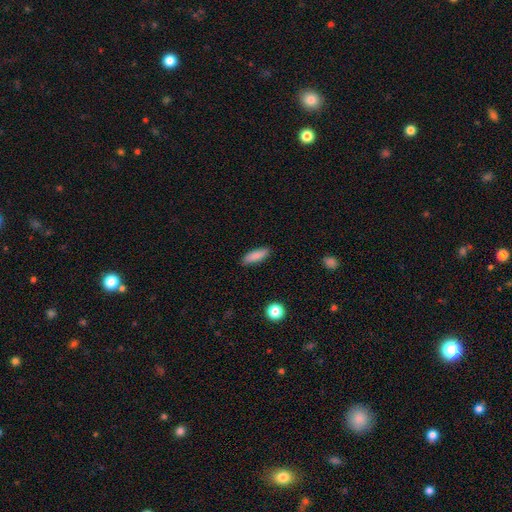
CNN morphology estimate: Smooth or featured: smooth — 87% (star or artifact — 7%)
How rounded: in between — 51% (cigar-shaped — 47%)
Merging: none — 88% (minor disturbance — 9%)